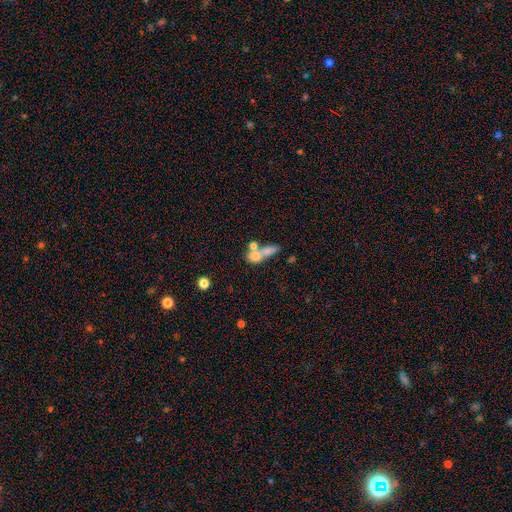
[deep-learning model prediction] smooth-or-featured: smooth: 65% | featured or disk: 24% | star or artifact: 11%
  how-rounded: in between: 46% | round: 35% | cigar-shaped: 20%
  merging: merger: 56% | none: 25% | major disturbance: 9% | minor disturbance: 9%